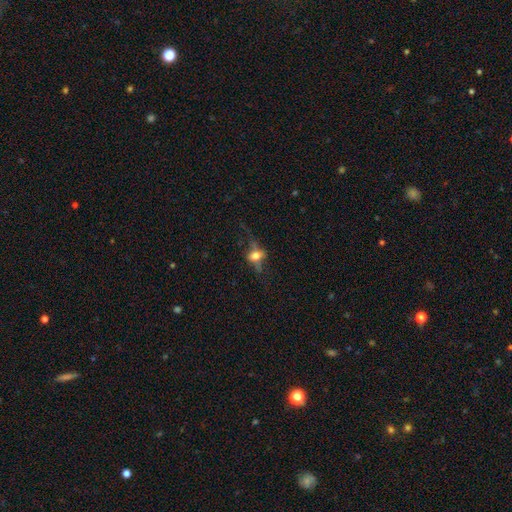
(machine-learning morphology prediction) The model was most divided on "smooth or featured": featured or disk: 43%, smooth: 42%, star or artifact: 15%. More confident: merging — none (53%).